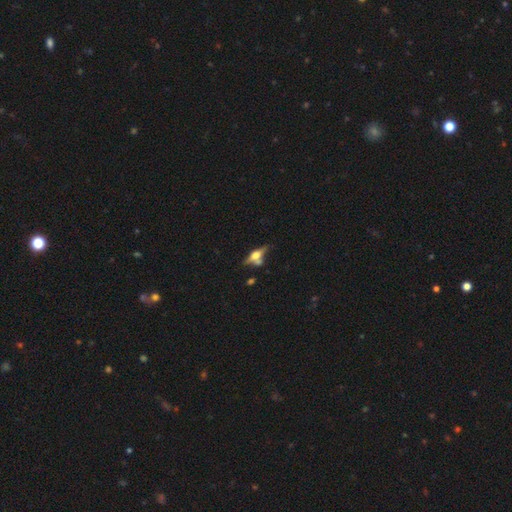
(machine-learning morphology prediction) Smooth or featured?
  - featured or disk: 59% *
  - smooth: 31%
  - star or artifact: 10%
Edge-on disk?
  - yes: 87% *
  - no: 13%
Edge-on bulge?
  - rounded: 91% *
  - boxy: 6%
  - none: 2%
Merging?
  - none: 52% *
  - merger: 22%
  - minor disturbance: 17%
  - major disturbance: 9%